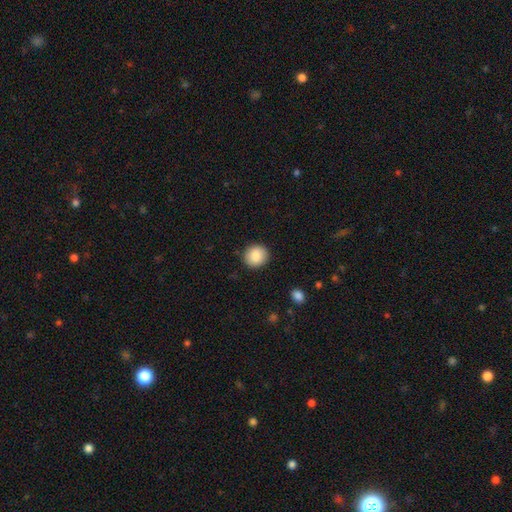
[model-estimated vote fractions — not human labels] A smooth galaxy with no disk features (87%) that is round (89%).

Vote fractions:
- Smooth or featured? smooth: 87% / star or artifact: 8% / featured or disk: 5%
- How rounded? round: 89% / in between: 10% / cigar-shaped: 1%
- Merging? none: 90% / minor disturbance: 7% / major disturbance: 2% / merger: 1%